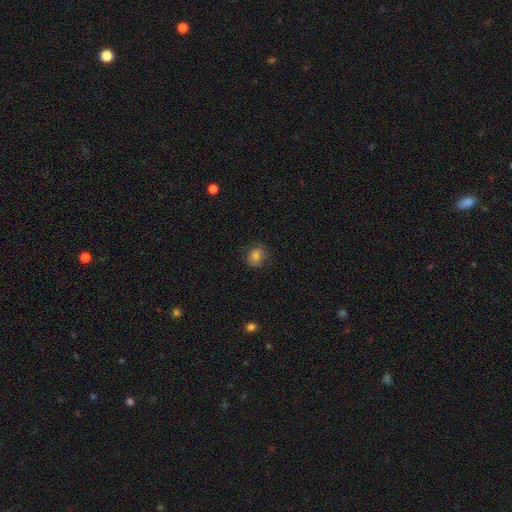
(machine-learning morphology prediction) This appears to be a smooth galaxy with no disk features (79%) that is round (61%). Merging: none (79%).